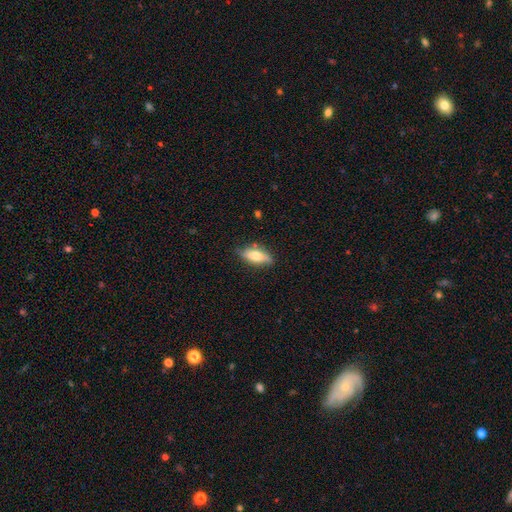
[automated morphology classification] The model was most divided on "smooth or featured": smooth: 66%, featured or disk: 27%, star or artifact: 7%. More confident: merging — none (76%); how rounded — in between (75%).